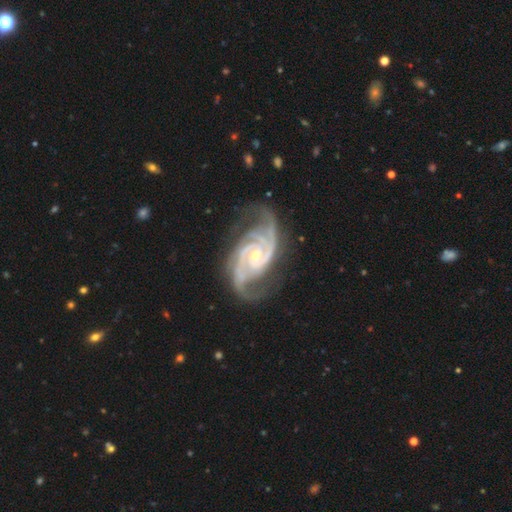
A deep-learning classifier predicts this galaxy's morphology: Smooth or featured? featured or disk (94%)
Edge-on disk? no (98%)
Bar? no (57%)
Spiral arms? yes (99%)
Spiral winding? tight (51%)
Spiral arm count? 2 (40%)
Bulge size? small (62%)
Merging? none (70%)